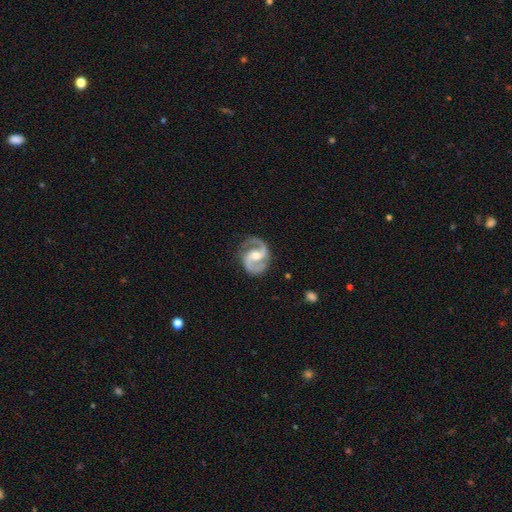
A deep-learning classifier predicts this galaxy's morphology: A featured or disk galaxy (93%) with a weak bar (44%), 2 (94%) medium (64%) spiral arms (98%) and a moderate central bulge (64%).

Vote fractions:
- Smooth or featured? featured or disk: 93% / star or artifact: 4% / smooth: 3%
- Edge-on disk? no: 98% / yes: 2%
- Bar? weak: 44% / no: 34% / strong: 21%
- Spiral arms? yes: 98% / no: 2%
- Spiral winding? medium: 64% / tight: 21% / loose: 15%
- Spiral arm count? 2: 94% / can't tell: 1% / 1: 1% / 3: 1% / 4: 1% / more than 4: 1%
- Bulge size? moderate: 64% / small: 31% / large: 3% / none: 1% / dominant: 1%
- Merging? none: 82% / minor disturbance: 12% / major disturbance: 4% / merger: 1%